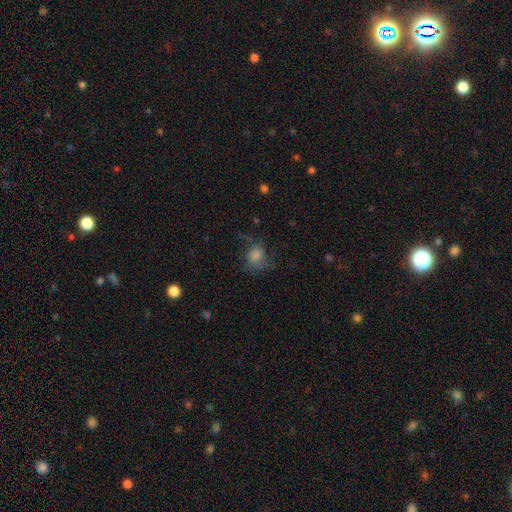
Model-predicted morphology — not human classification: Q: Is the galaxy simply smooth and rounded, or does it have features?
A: smooth — 71%.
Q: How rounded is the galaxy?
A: round — 57%.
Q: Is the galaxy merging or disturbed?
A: none — 48%.